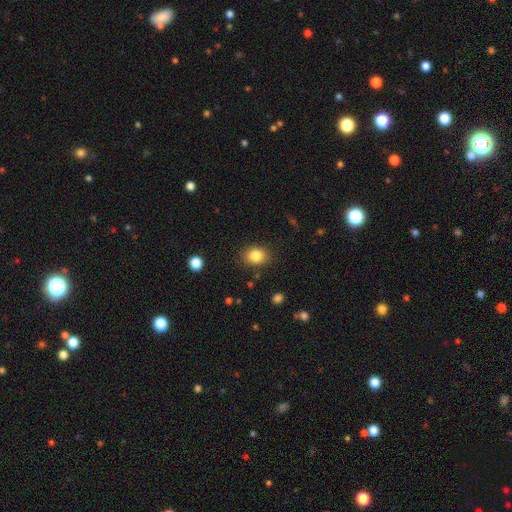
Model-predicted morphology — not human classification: This appears to be a smooth galaxy with no disk features (84%) that is in between round and cigar-shaped (51%). Merging: none (85%).